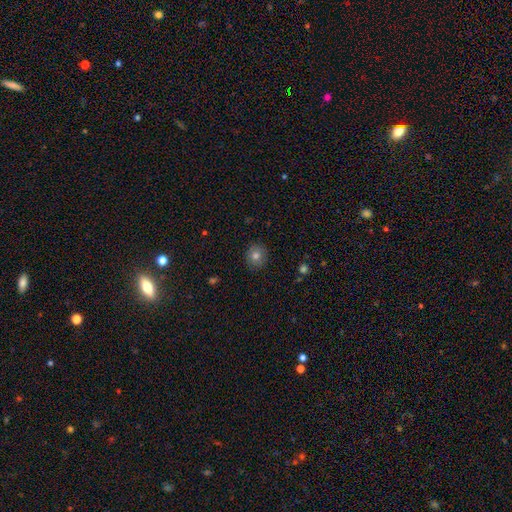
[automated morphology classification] Smooth or featured: smooth — 77% (featured or disk — 12%)
How rounded: round — 81% (in between — 18%)
Merging: none — 88% (minor disturbance — 9%)